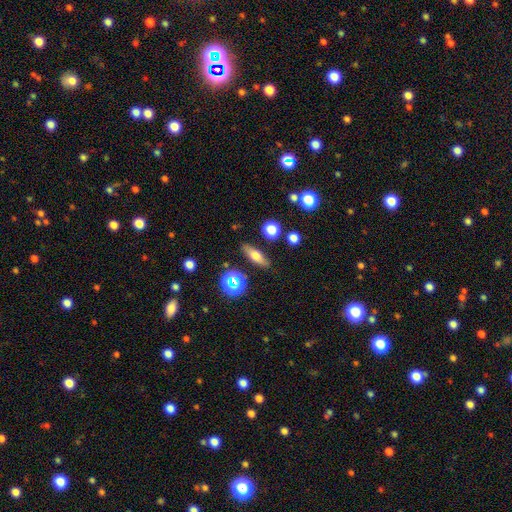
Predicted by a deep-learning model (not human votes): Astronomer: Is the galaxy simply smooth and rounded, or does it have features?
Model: smooth — 62%.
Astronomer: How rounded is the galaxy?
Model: in between — 51% (runner-up: cigar-shaped, 40%).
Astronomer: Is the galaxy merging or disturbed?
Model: none — 84%.